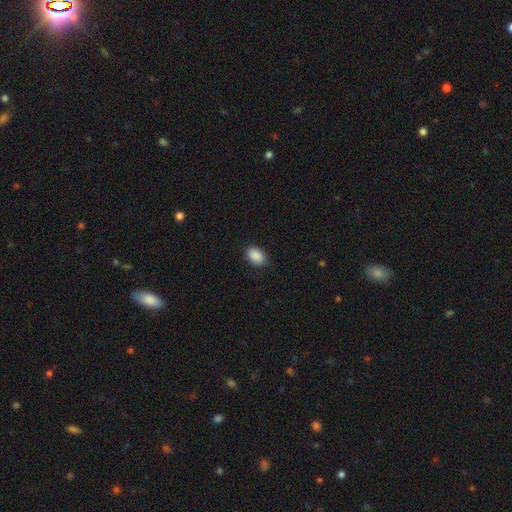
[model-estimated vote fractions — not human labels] Smooth or featured? smooth (90%)
How rounded? in between (80%)
Merging? none (89%)